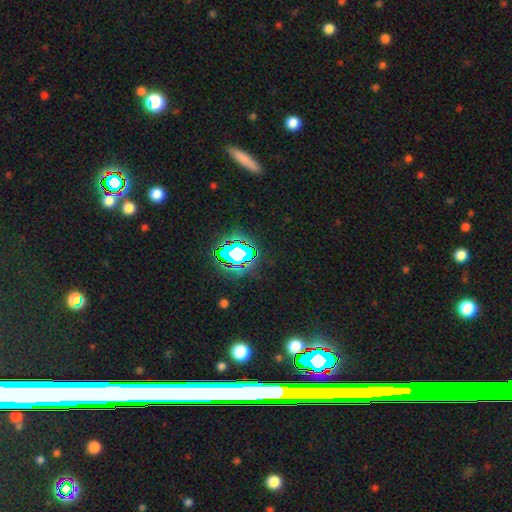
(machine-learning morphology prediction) Smooth or featured?
  - star or artifact: 70% *
  - smooth: 17%
  - featured or disk: 13%